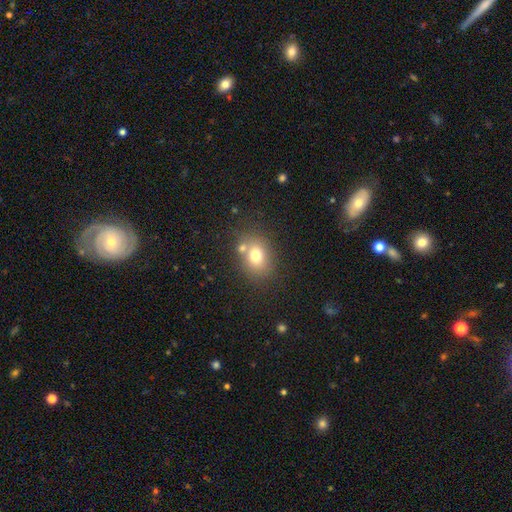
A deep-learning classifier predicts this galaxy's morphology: Smooth or featured: smooth — 73% (featured or disk — 14%)
How rounded: in between — 51% (round — 48%)
Merging: none — 64% (merger — 19%)